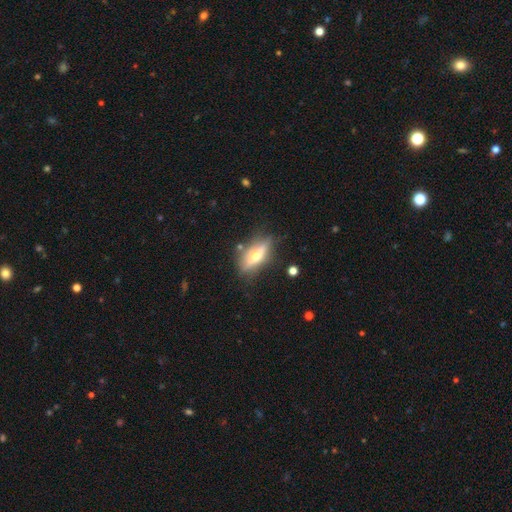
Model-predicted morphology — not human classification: featured or disk 59%, smooth 34%, star or artifact 7%. Down the decision tree: edge-on disk — yes (84%); merging — none (76%).